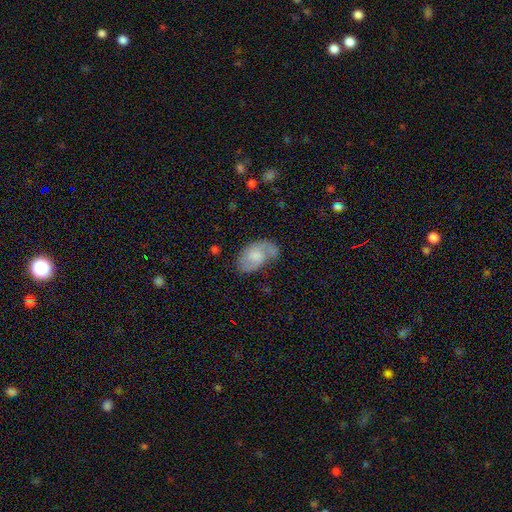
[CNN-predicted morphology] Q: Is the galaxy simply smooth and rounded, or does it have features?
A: featured or disk — 49%.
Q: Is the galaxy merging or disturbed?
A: none — 45%.